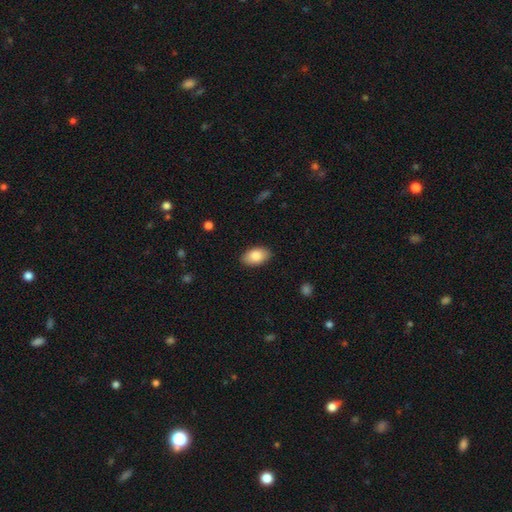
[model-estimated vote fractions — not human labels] The model was most divided on "merging": none: 87%, minor disturbance: 9%, major disturbance: 2%, merger: 1%. More confident: how rounded — in between (94%); smooth or featured — smooth (86%).